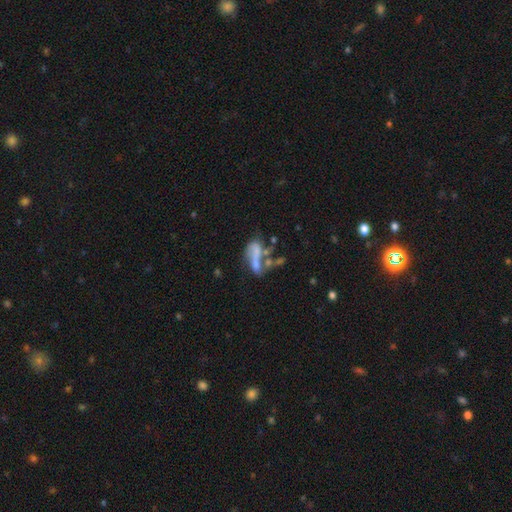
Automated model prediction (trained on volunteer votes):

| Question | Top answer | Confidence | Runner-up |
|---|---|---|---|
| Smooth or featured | smooth | 44% | featured or disk (43%) |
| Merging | merger | 37% | major disturbance (26%) |